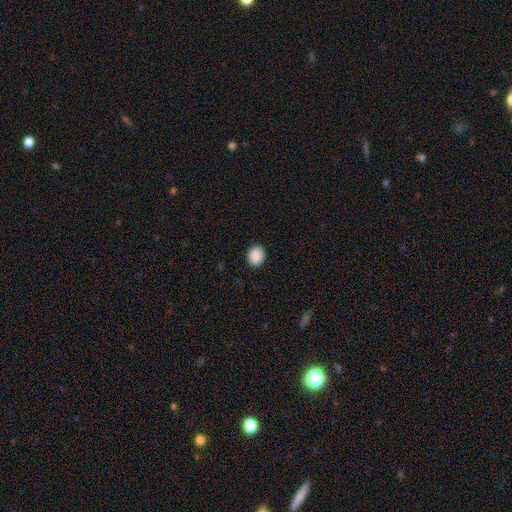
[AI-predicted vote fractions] smooth-or-featured: smooth: 89% | star or artifact: 8% | featured or disk: 3%
  how-rounded: round: 52% | in between: 47% | cigar-shaped: 1%
  merging: none: 91% | minor disturbance: 7% | major disturbance: 2% | merger: 1%